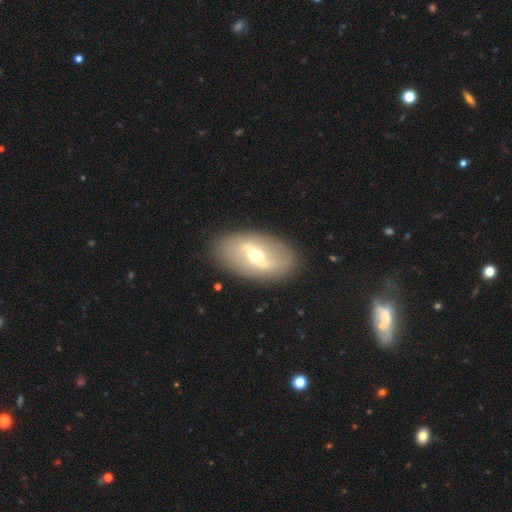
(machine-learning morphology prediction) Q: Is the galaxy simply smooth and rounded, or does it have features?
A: featured or disk — 74%.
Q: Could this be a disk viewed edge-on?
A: no — 93%.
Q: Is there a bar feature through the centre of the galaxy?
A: weak — 45%.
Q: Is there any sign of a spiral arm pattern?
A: yes — 66%.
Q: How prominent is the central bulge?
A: moderate — 68%.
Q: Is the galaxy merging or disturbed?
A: none — 87%.